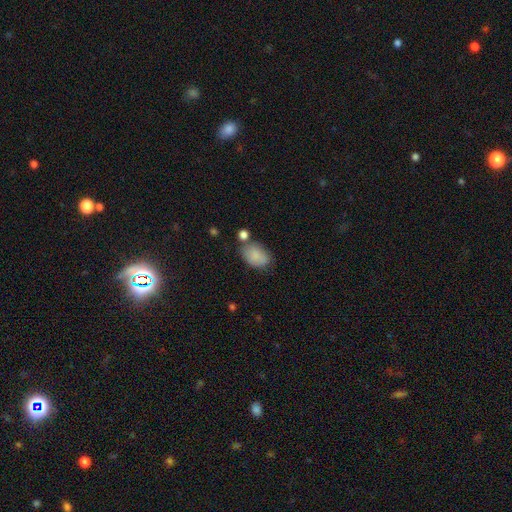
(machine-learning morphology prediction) Overall: smooth (84%). How rounded: in between (87%). Merging: none (60%; minor disturbance 21%).